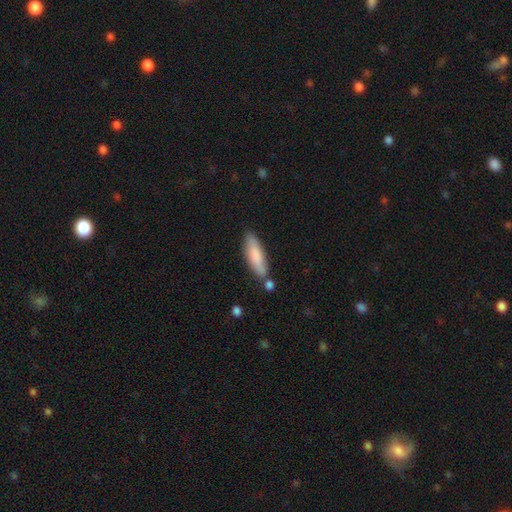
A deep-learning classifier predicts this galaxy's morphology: The model was most divided on "how rounded": cigar-shaped: 56%, in between: 42%, round: 2%. More confident: smooth or featured — smooth (79%); merging — none (71%).